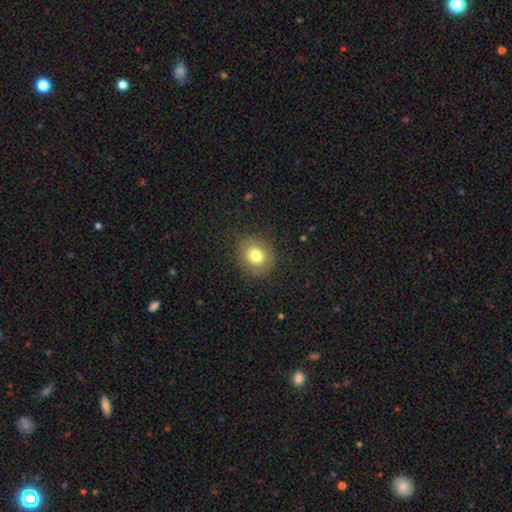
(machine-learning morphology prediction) Smooth or featured? smooth (78%)
How rounded? round (81%)
Merging? none (82%)